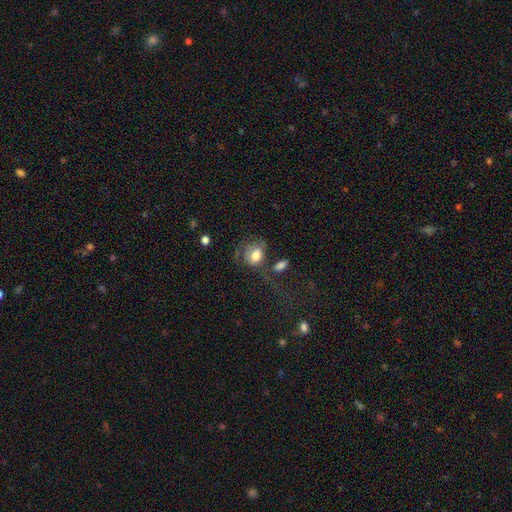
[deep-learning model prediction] Smooth or featured? smooth (70%)
How rounded? in between (59%)
Merging? none (33%)